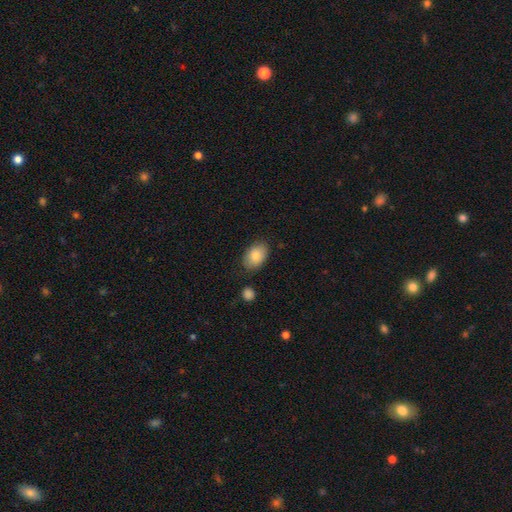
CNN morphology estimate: Smooth or featured? smooth (85%)
How rounded? in between (87%)
Merging? none (79%)